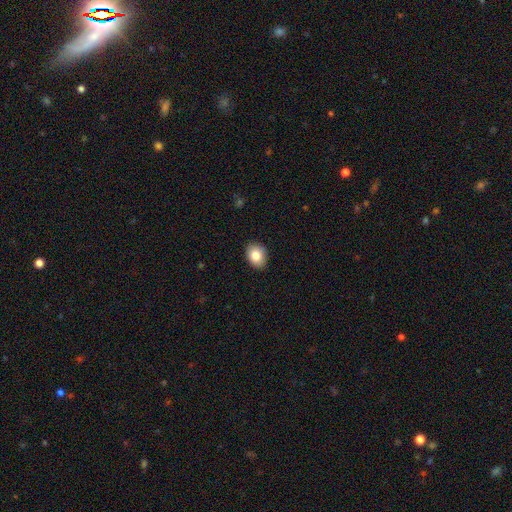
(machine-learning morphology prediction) smooth 83%, featured or disk 9%, star or artifact 8%. Down the decision tree: how rounded — in between (59%); merging — none (88%).